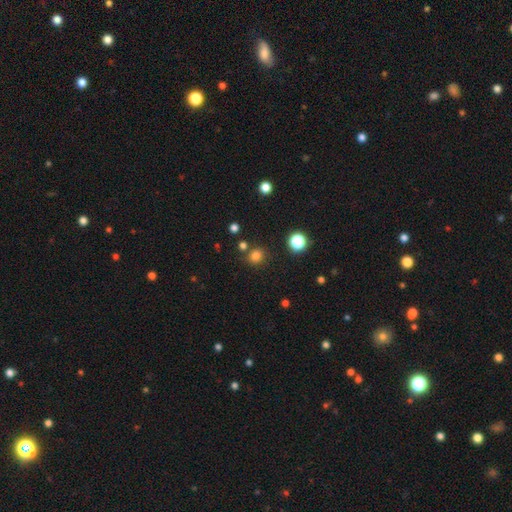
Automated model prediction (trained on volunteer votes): smooth_or_featured: smooth (p=0.79) [alt: star or artifact p=0.17]
how_rounded: round (p=0.80) [alt: in between p=0.19]
merging: none (p=0.81) [alt: minor disturbance p=0.09]